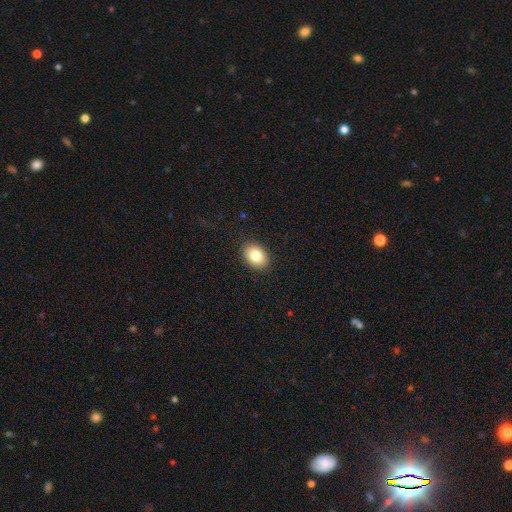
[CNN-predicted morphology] smooth_or_featured: smooth (p=0.83) [alt: featured or disk p=0.09]
how_rounded: in between (p=0.74) [alt: round p=0.25]
merging: none (p=0.88) [alt: minor disturbance p=0.08]